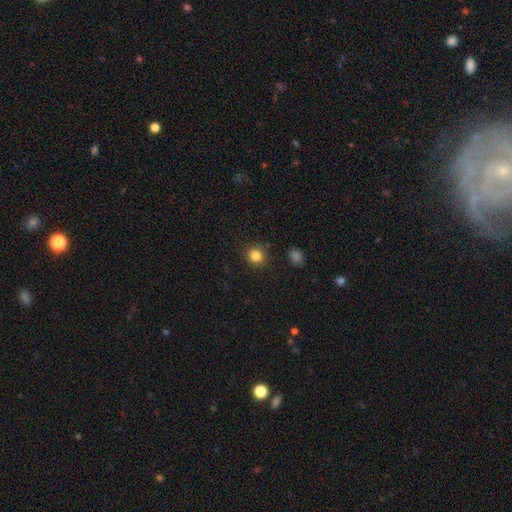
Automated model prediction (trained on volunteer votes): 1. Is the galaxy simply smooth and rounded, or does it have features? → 84% smooth, 11% star or artifact, 5% featured or disk.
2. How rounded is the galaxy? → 85% round, 14% in between, 1% cigar-shaped.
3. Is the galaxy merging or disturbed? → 88% none, 7% minor disturbance, 2% major disturbance, 2% merger.